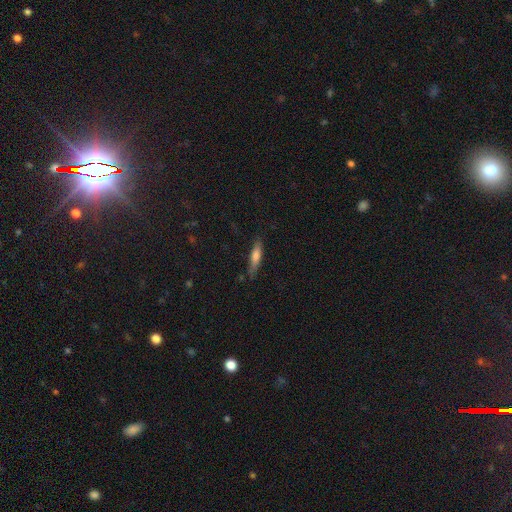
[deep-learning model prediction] smooth_or_featured: smooth (p=0.65) [alt: featured or disk p=0.28]
how_rounded: cigar-shaped (p=0.77) [alt: in between p=0.21]
merging: none (p=0.77) [alt: minor disturbance p=0.17]